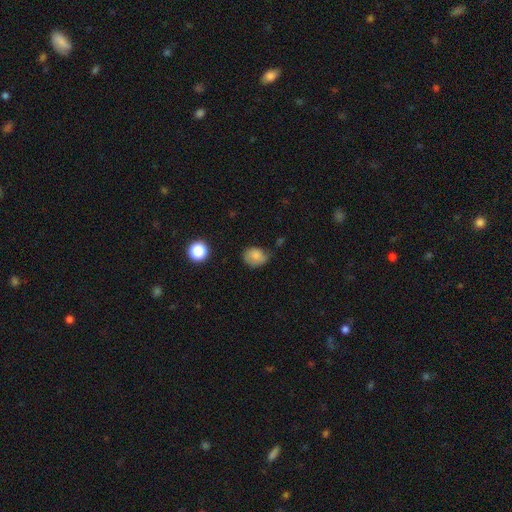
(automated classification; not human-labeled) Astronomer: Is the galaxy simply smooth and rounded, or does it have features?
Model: smooth — 79%.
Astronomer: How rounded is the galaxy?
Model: round — 51% (runner-up: in between, 48%).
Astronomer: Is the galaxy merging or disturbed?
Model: none — 51% (runner-up: minor disturbance, 36%).